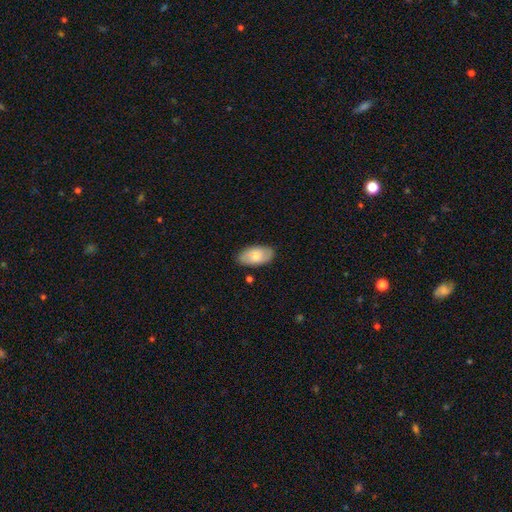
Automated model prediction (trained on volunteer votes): Morphology: type=smooth (66%); roundness=in between (94%); merging=none (82%).